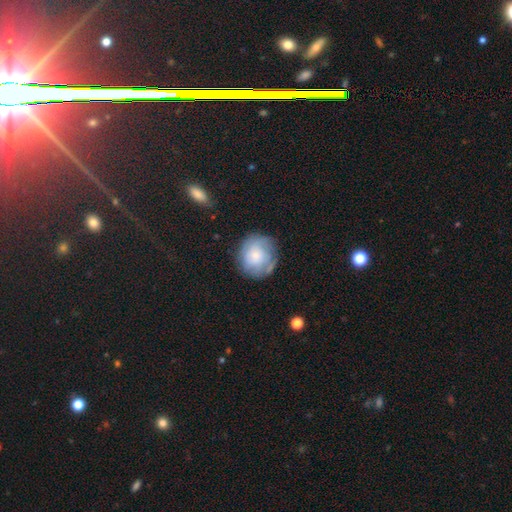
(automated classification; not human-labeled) A smooth galaxy with no disk features (53%) that is round (84%). Merging: none (65%).